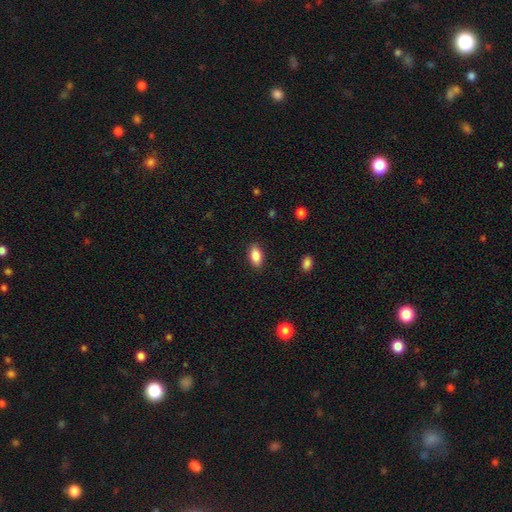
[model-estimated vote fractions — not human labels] A smooth galaxy with no disk features (88%) that is in between round and cigar-shaped (91%).

Vote fractions:
- Smooth or featured? smooth: 88% / star or artifact: 7% / featured or disk: 5%
- How rounded? in between: 91% / cigar-shaped: 6% / round: 4%
- Merging? none: 88% / minor disturbance: 9% / major disturbance: 2% / merger: 1%